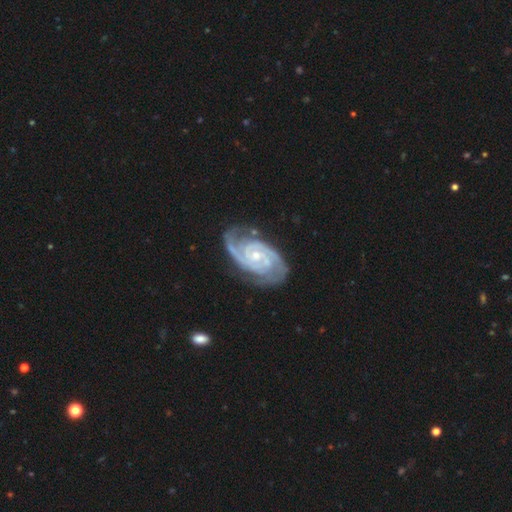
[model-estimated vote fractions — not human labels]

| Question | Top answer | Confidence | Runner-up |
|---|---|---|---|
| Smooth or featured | featured or disk | 93% | star or artifact (4%) |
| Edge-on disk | no | 97% | yes (3%) |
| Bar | no | 65% | weak (26%) |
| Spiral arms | yes | 99% | no (1%) |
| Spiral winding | tight | 63% | medium (33%) |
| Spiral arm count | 2 | 61% | 3 (21%) |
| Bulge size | small | 67% | moderate (29%) |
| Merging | none | 74% | minor disturbance (18%) |